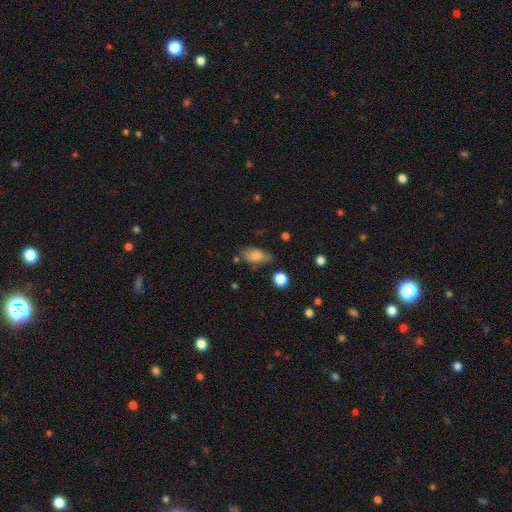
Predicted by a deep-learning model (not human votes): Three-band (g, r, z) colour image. It shows a smooth galaxy with no disk features (80%) that is in between round and cigar-shaped (89%). Merging: none (69%).